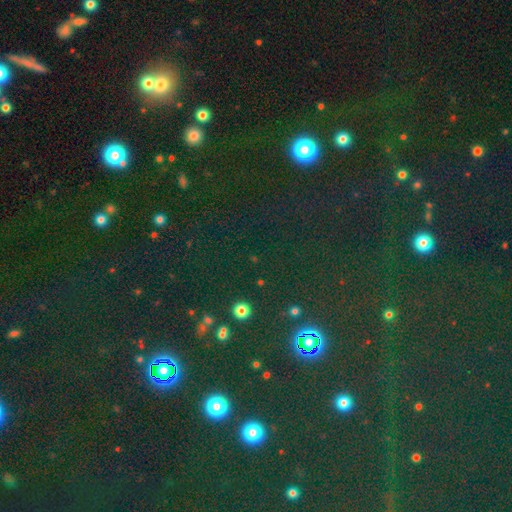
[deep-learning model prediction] This is likely a star or artifact rather than a galaxy (74%).